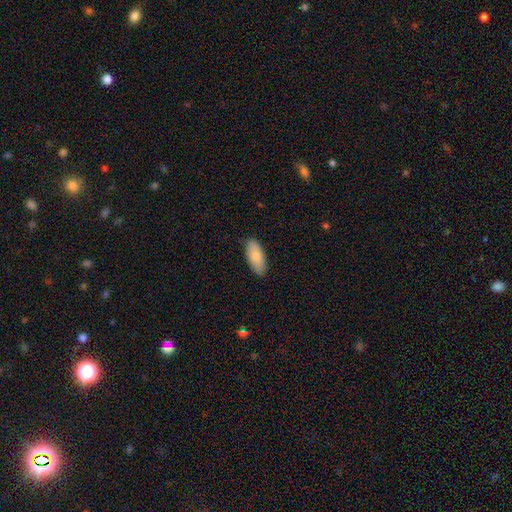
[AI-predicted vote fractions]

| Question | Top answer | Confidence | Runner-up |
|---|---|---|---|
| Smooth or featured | smooth | 82% | featured or disk (12%) |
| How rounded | in between | 86% | cigar-shaped (12%) |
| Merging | none | 86% | minor disturbance (11%) |